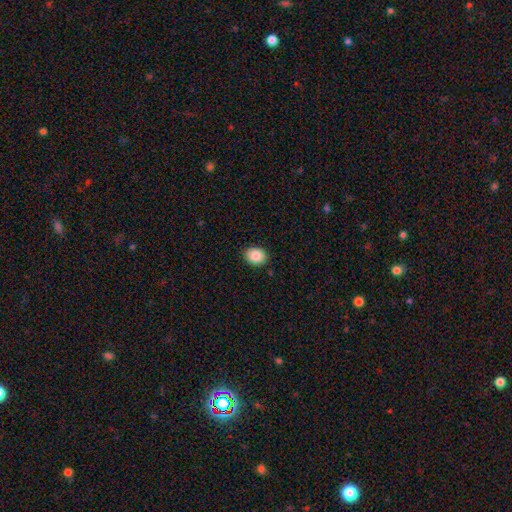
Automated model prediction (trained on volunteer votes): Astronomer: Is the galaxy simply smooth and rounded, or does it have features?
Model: smooth — 87%.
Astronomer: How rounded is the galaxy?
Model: in between — 60% (runner-up: round, 39%).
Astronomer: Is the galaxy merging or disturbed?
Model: none — 90%.